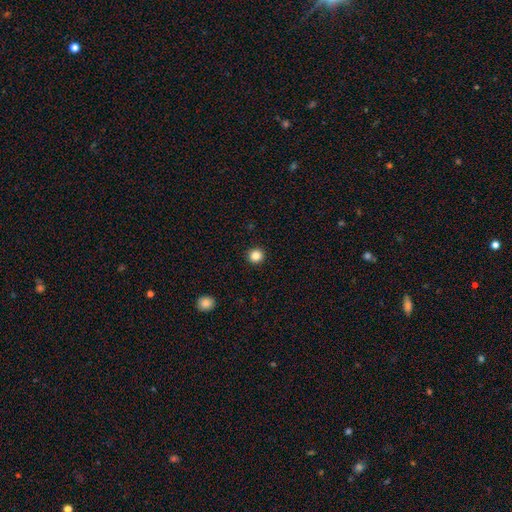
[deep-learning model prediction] Morphology: type=smooth (85%); roundness=round (95%); merging=none (93%).